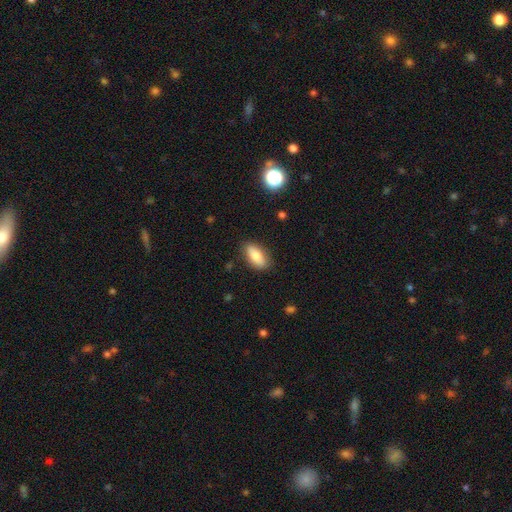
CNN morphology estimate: A smooth galaxy with no disk features (77%) that is in between round and cigar-shaped (83%). Merging: none (83%).